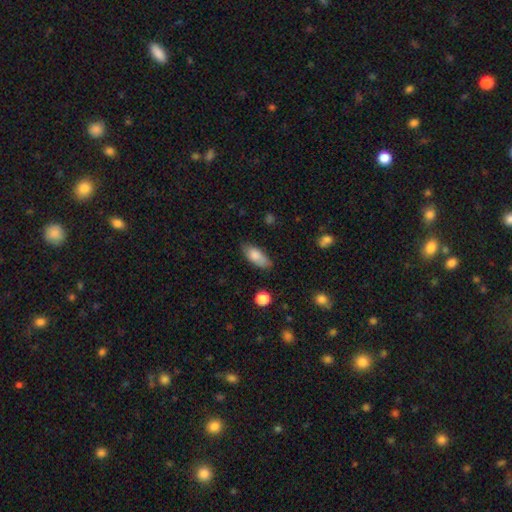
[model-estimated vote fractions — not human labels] smooth 82%, featured or disk 11%, star or artifact 7%. Down the decision tree: how rounded — in between (81%); merging — none (72%).